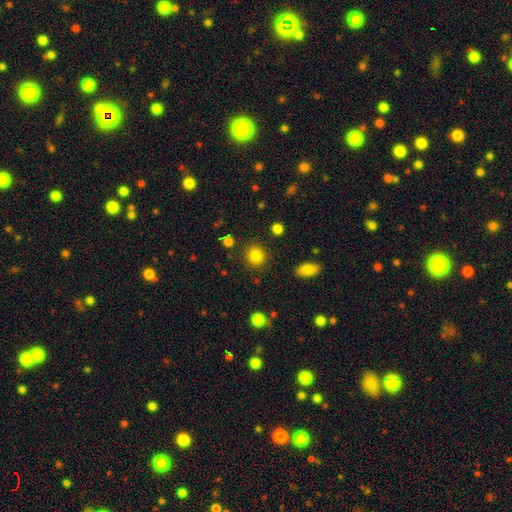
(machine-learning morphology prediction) Smooth or featured? Predicted: smooth (p=0.84). How rounded? Predicted: round (p=0.89). Merging? Predicted: none (p=0.89).